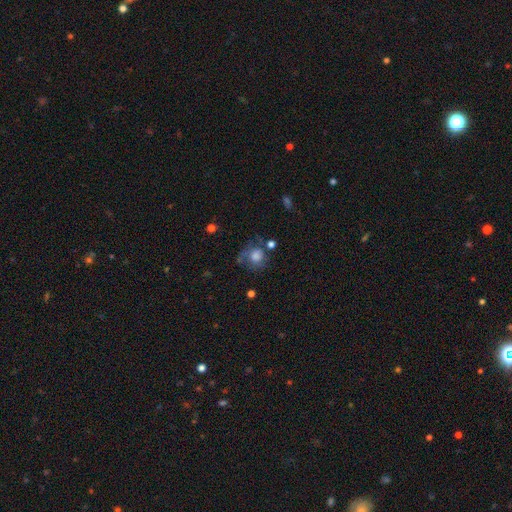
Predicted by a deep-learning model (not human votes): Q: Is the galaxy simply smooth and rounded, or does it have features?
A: smooth — 56%.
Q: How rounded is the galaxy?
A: round — 78%.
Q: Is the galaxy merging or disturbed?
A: none — 46%.